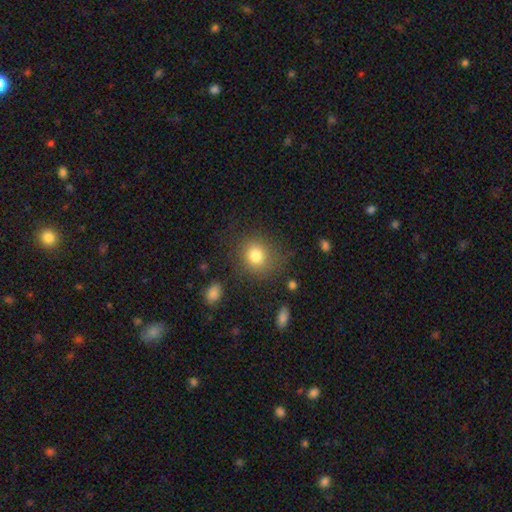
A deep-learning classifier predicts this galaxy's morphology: Smooth or featured? smooth (80%)
How rounded? round (80%)
Merging? none (79%)